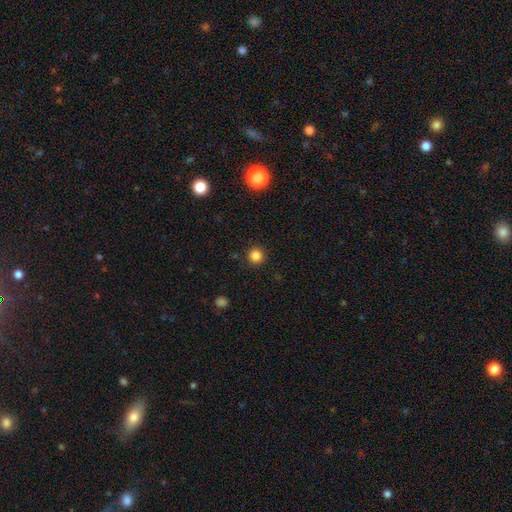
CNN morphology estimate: Overall: smooth (84%). How rounded: round (94%). Merging: none (92%).